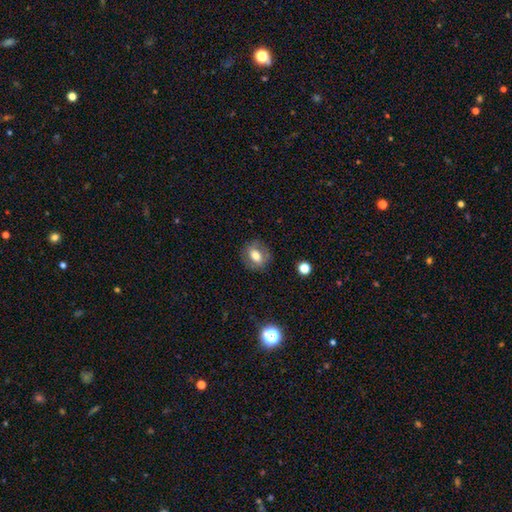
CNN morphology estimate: A smooth galaxy with no disk features (66%) that is in between round and cigar-shaped (51%).

Vote fractions:
- Smooth or featured? smooth: 66% / featured or disk: 25% / star or artifact: 9%
- How rounded? in between: 51% / round: 47% / cigar-shaped: 2%
- Merging? none: 80% / minor disturbance: 13% / major disturbance: 5% / merger: 1%